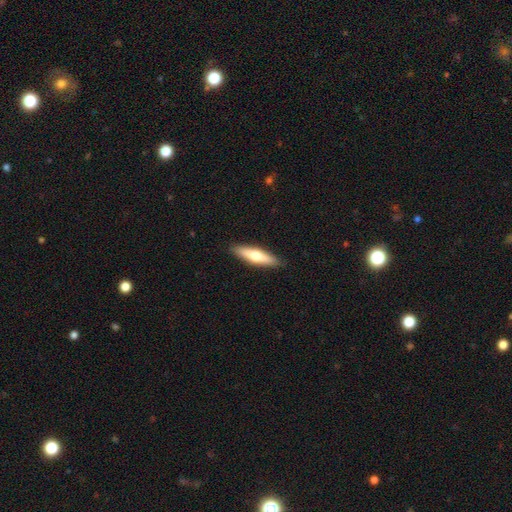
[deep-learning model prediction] This is possibly a smooth galaxy (53%). How rounded: likely cigar-shaped (74%). Merging: clearly none (90%).